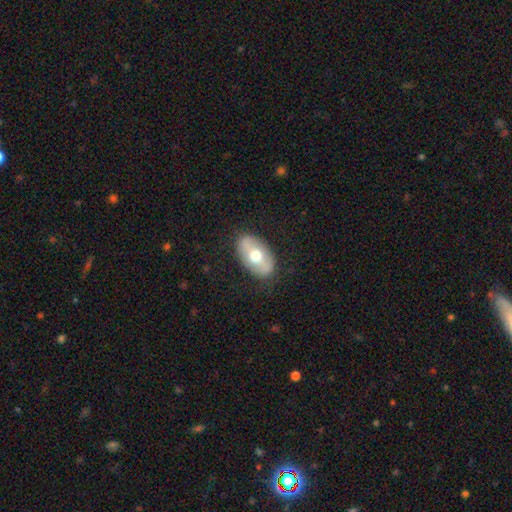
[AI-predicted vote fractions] This appears to be a smooth galaxy with no disk features (54%) that is in between round and cigar-shaped (91%). Merging: none (82%).